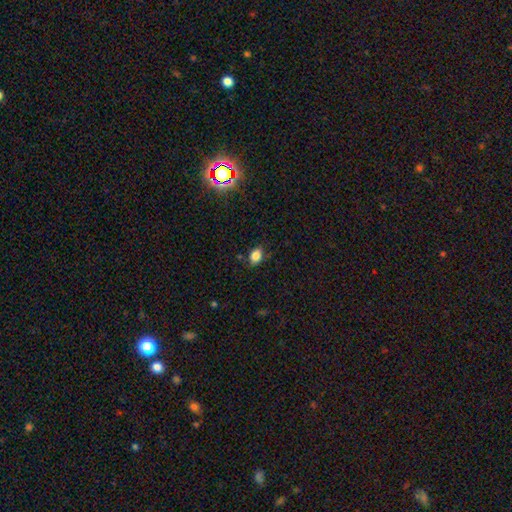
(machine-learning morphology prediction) Smooth or featured? Predicted: smooth (p=0.83). How rounded? Predicted: in between (p=0.71). Merging? Predicted: none (p=0.78).